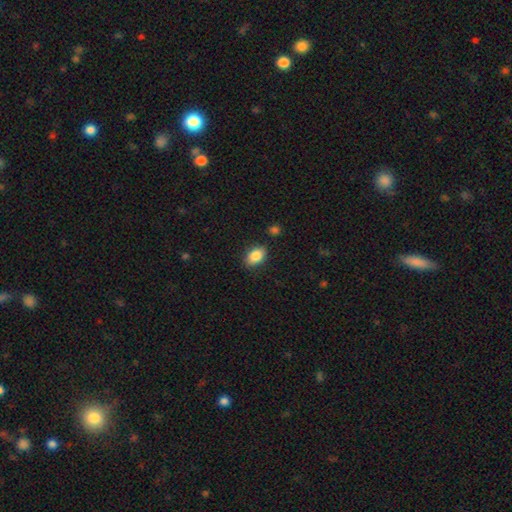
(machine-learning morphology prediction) Smooth or featured? smooth (86%)
How rounded? in between (84%)
Merging? none (83%)